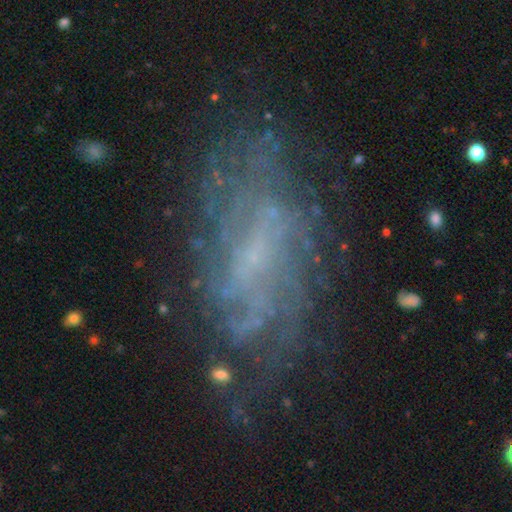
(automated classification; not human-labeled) A featured or disk galaxy (73%) with a weak bar (45%), tight (43%) spiral arms (80%) and a small central bulge (48%). Merging: none (67%).